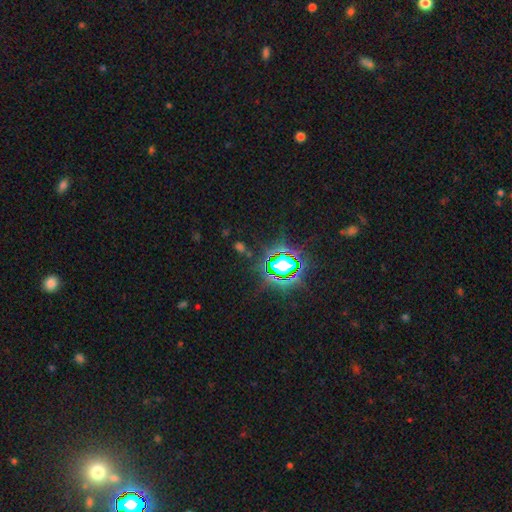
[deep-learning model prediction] star or artifact 82%, smooth 11%, featured or disk 7%.